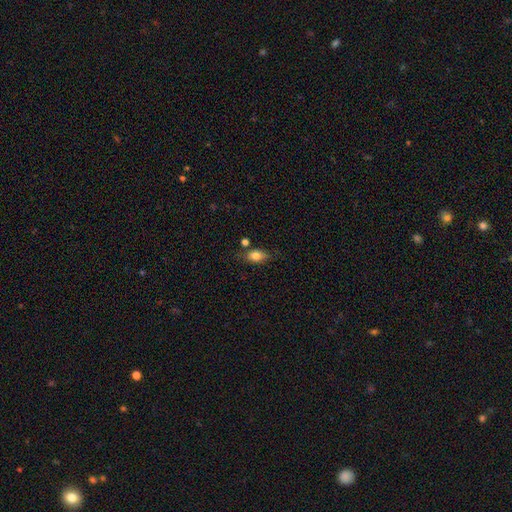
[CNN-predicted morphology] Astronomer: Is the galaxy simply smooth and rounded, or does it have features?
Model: smooth — 80%.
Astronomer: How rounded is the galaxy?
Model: in between — 85%.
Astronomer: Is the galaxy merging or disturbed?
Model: none — 72%.